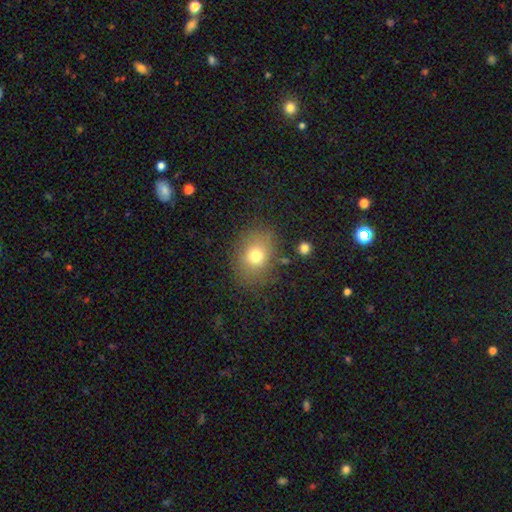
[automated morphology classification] This appears to be a smooth galaxy with no disk features (73%) that is round (52%). Merging: none (78%).